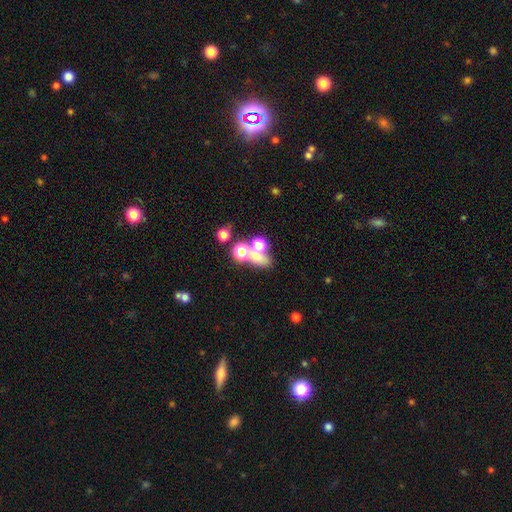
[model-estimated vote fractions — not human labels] smooth 56%, star or artifact 26%, featured or disk 19%. Down the decision tree: how rounded — round (51%); merging — merger (47%).